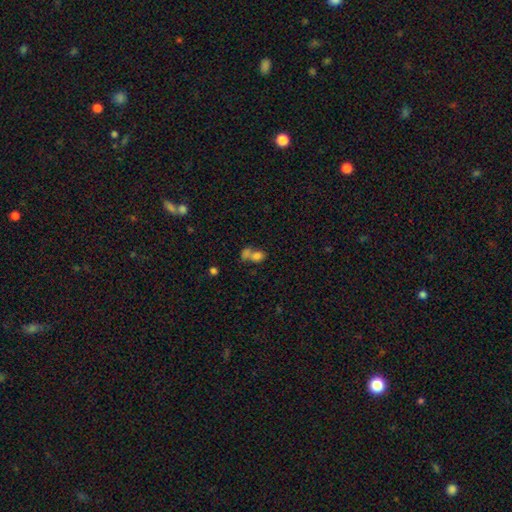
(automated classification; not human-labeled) smooth_or_featured: smooth (p=0.75) [alt: star or artifact p=0.13]
how_rounded: in between (p=0.66) [alt: round p=0.32]
merging: merger (p=0.61) [alt: none p=0.26]